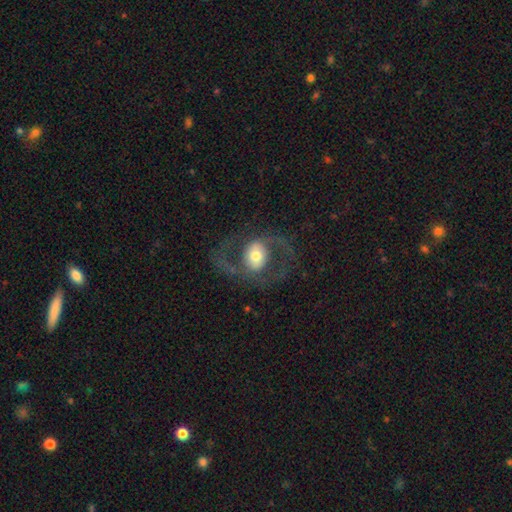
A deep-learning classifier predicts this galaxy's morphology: This is likely a featured or disk galaxy (71%). It is clearly not viewed edge-on (96%). Bar: possibly no (52%). Spiral arm pattern: likely yes (69%). Central bulge: possibly moderate (59%). Merging: likely none (70%).